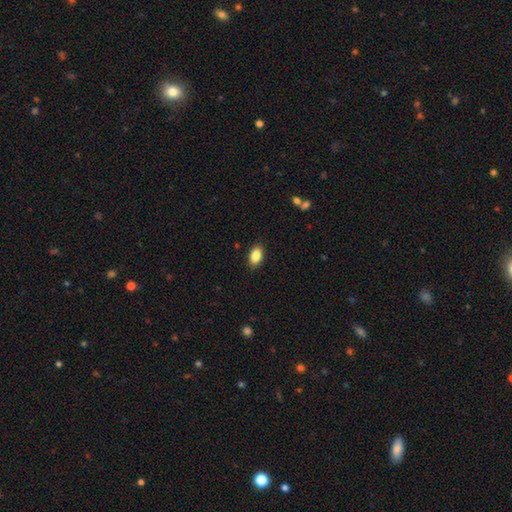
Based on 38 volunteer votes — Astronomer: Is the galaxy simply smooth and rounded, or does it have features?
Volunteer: smooth — 95%.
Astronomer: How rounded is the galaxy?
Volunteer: in between — 94%.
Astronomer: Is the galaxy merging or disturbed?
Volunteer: none — 94%.